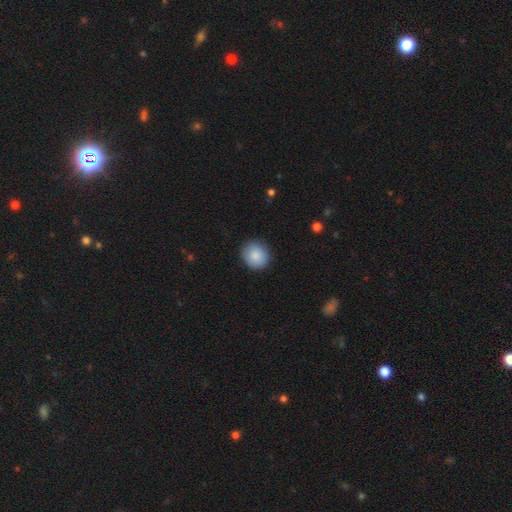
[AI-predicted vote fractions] Smooth or featured? smooth (87%)
How rounded? round (85%)
Merging? none (88%)